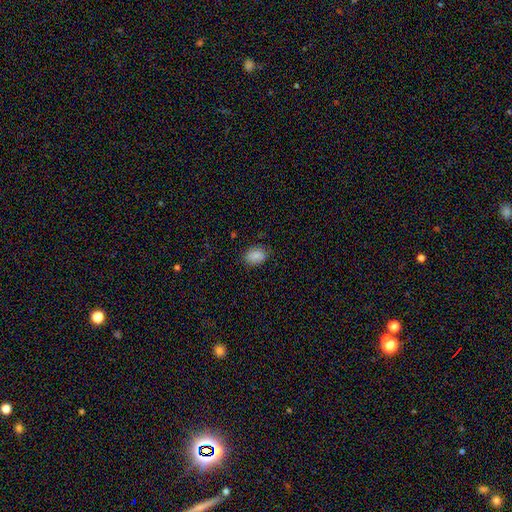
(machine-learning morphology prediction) Smooth or featured? smooth (85%)
How rounded? in between (70%)
Merging? none (80%)